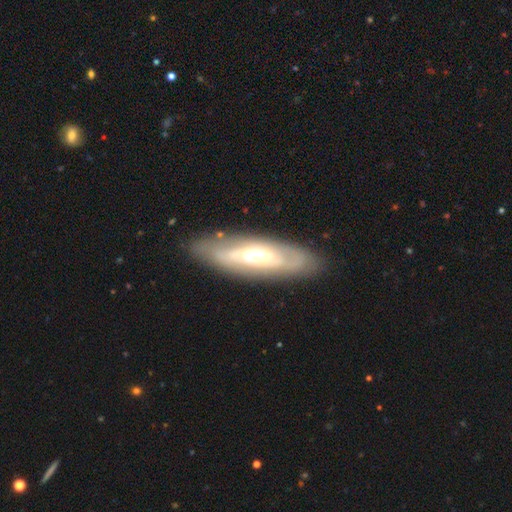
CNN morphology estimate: Smooth or featured? featured or disk (62%)
Edge-on disk? no (69%)
Merging? none (80%)